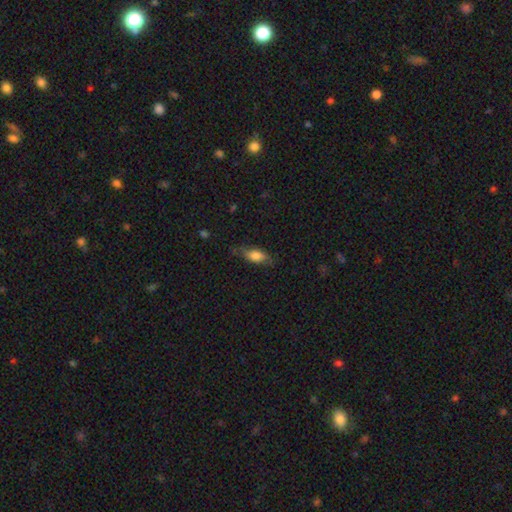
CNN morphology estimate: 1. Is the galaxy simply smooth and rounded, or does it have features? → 74% smooth, 19% featured or disk, 7% star or artifact.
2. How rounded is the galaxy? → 79% in between, 18% cigar-shaped, 3% round.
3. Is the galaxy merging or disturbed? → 69% none, 23% minor disturbance, 6% major disturbance, 1% merger.